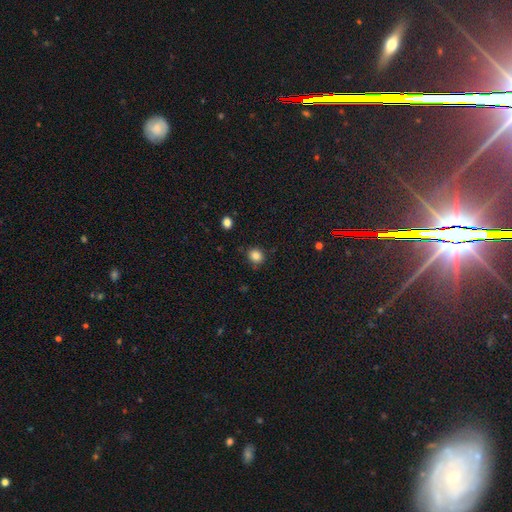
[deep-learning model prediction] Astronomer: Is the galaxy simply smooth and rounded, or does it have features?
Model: smooth — 84%.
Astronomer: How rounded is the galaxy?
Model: round — 78%.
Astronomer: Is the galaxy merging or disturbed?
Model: none — 83%.